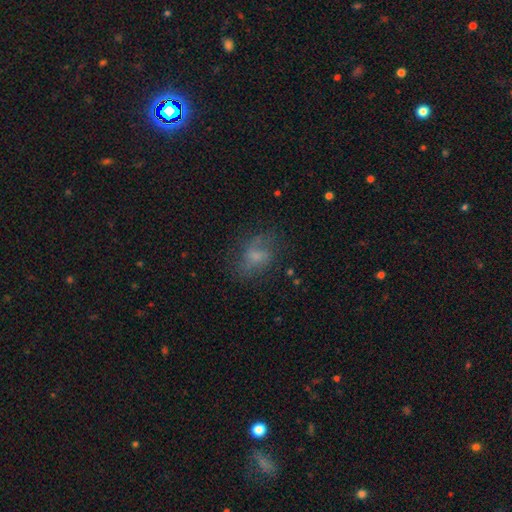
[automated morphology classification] Overall: smooth (49%; featured or disk 35%). Merging: none (58%; minor disturbance 22%).